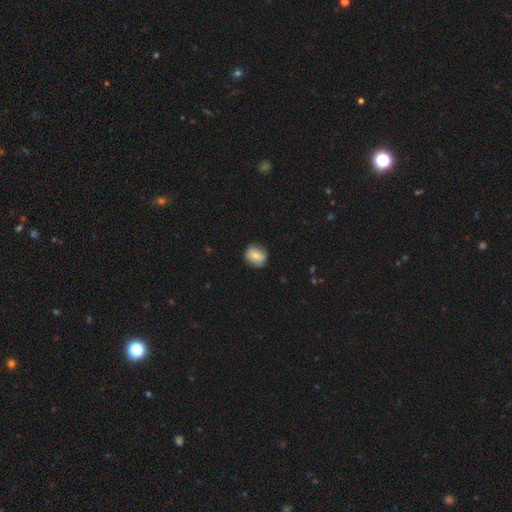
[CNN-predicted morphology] Smooth or featured? smooth (69%)
How rounded? round (75%)
Merging? none (81%)